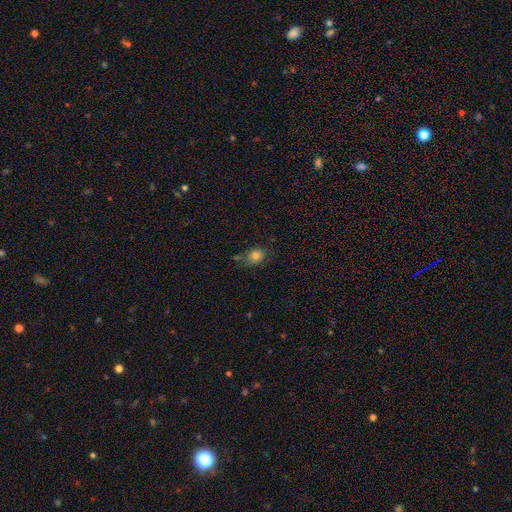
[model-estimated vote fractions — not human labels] Smooth or featured?
  - smooth: 79% *
  - star or artifact: 12%
  - featured or disk: 9%
How rounded?
  - round: 55% *
  - in between: 44%
  - cigar-shaped: 1%
Merging?
  - none: 63% *
  - minor disturbance: 22%
  - merger: 8%
  - major disturbance: 7%